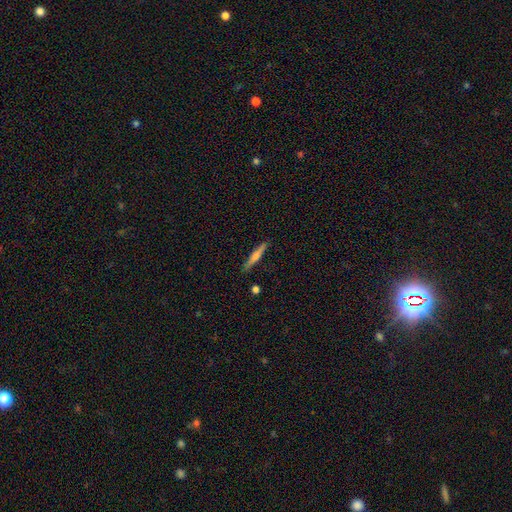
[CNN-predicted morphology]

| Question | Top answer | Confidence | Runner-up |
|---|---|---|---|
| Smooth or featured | smooth | 48% | featured or disk (46%) |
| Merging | none | 88% | minor disturbance (8%) |